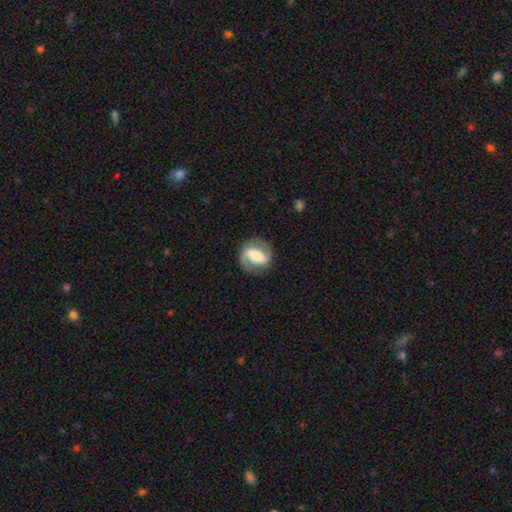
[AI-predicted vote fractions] Smooth or featured?
  - featured or disk: 73% *
  - smooth: 21%
  - star or artifact: 6%
Edge-on disk?
  - no: 97% *
  - yes: 3%
Bar?
  - strong: 56% *
  - weak: 30%
  - no: 14%
Spiral arms?
  - yes: 89% *
  - no: 11%
Spiral winding?
  - medium: 47% *
  - tight: 32%
  - loose: 21%
Spiral arm count?
  - 2: 86% *
  - 1: 6%
  - can't tell: 4%
  - 3: 1%
  - 4: 1%
  - more than 4: 1%
Bulge size?
  - moderate: 38% *
  - large: 27%
  - small: 22%
  - none: 8%
  - dominant: 5%
Merging?
  - none: 79% *
  - minor disturbance: 13%
  - major disturbance: 6%
  - merger: 1%